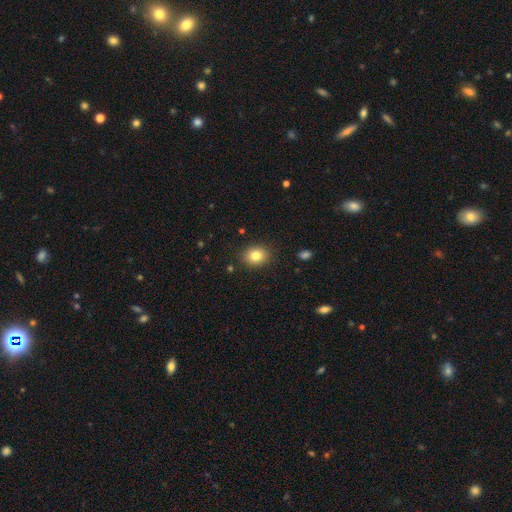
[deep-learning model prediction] Morphology: type=smooth (82%); roundness=round (59%); merging=none (89%).